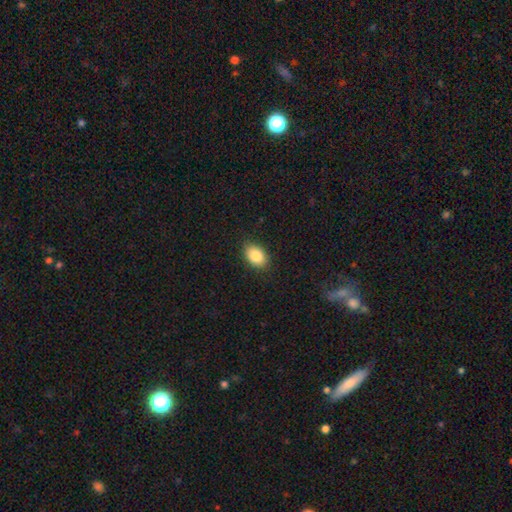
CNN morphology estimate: Smooth or featured? smooth (86%)
How rounded? in between (84%)
Merging? none (88%)